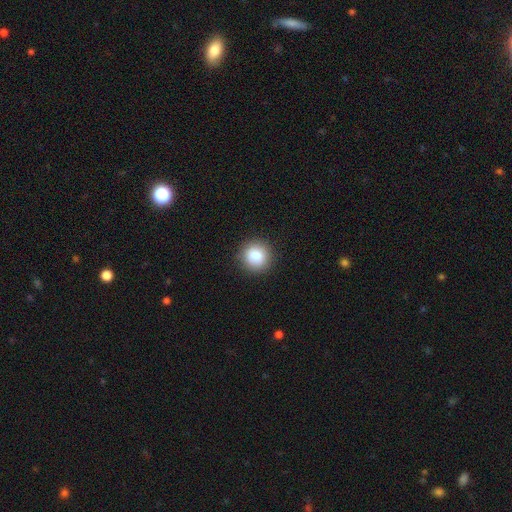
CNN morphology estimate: Overall: smooth (84%). How rounded: round (92%). Merging: none (90%).